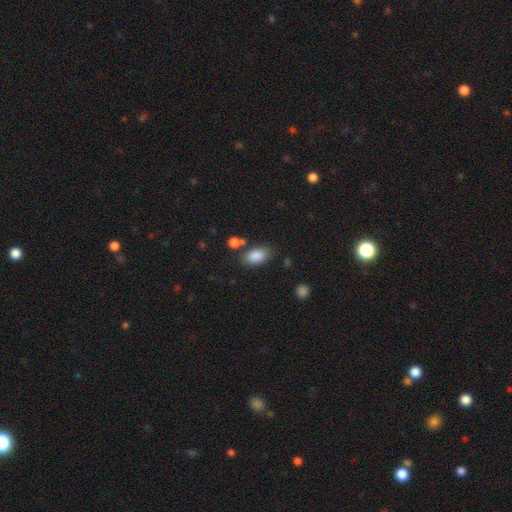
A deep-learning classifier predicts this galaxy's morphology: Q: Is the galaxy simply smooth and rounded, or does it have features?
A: smooth — 87%.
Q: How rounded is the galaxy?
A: in between — 90%.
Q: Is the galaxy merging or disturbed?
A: none — 71%.